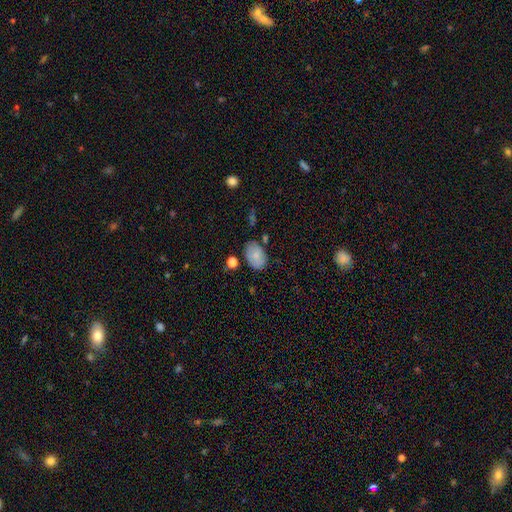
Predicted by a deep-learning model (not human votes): smooth_or_featured: smooth (p=0.79) [alt: featured or disk p=0.13]
how_rounded: in between (p=0.88) [alt: round p=0.11]
merging: none (p=0.72) [alt: minor disturbance p=0.19]